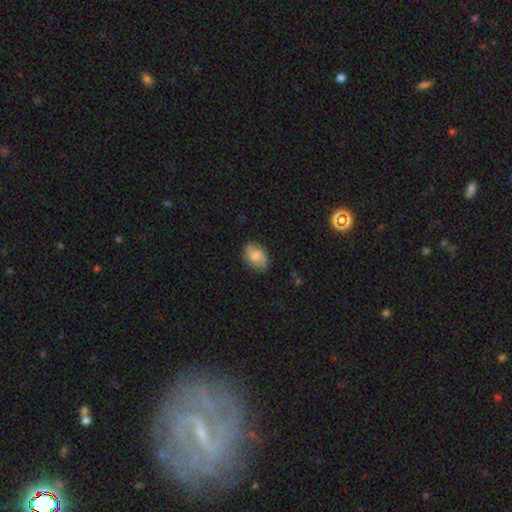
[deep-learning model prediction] Smooth or featured? Predicted: smooth (p=0.70). How rounded? Predicted: in between (p=0.74). Merging? Predicted: none (p=0.75).